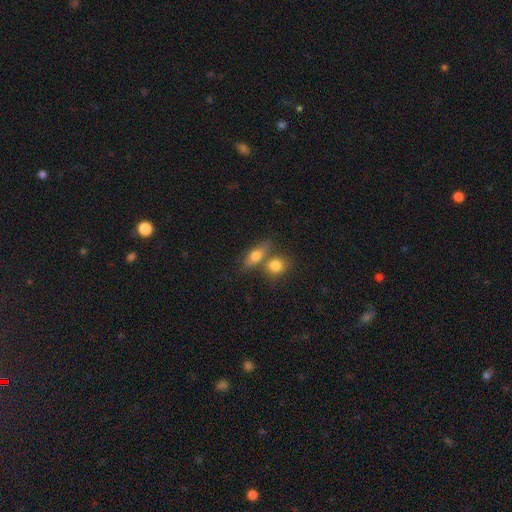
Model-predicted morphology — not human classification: Smooth or featured? smooth (71%)
How rounded? in between (66%)
Merging? none (48%)